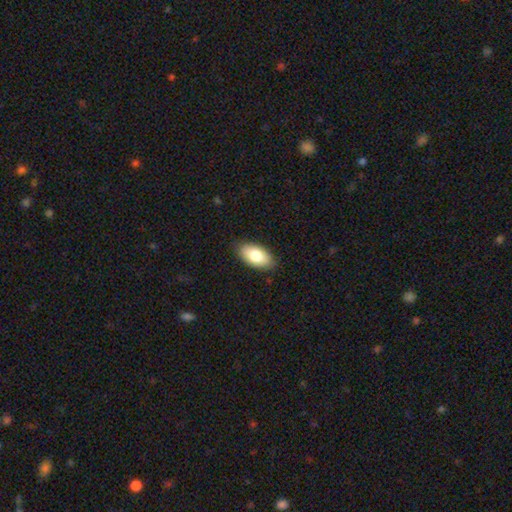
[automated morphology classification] This appears to be a smooth galaxy with no disk features (82%) that is in between round and cigar-shaped (95%). Merging: none (86%).